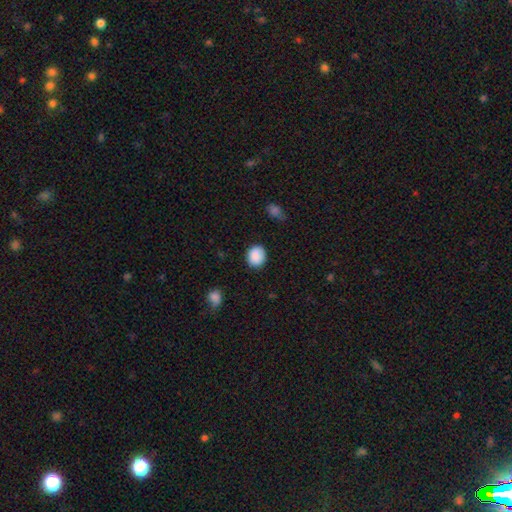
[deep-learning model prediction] This is clearly a smooth galaxy (89%). How rounded: likely round (69%). Merging: clearly none (85%).